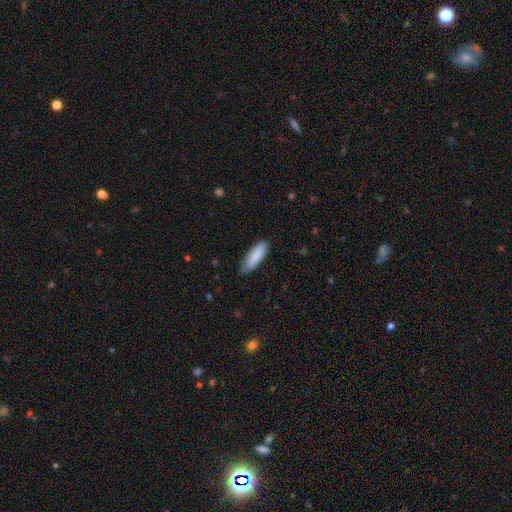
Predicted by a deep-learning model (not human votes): This is clearly a smooth galaxy (87%). How rounded: possibly cigar-shaped (50%). Merging: clearly none (83%).